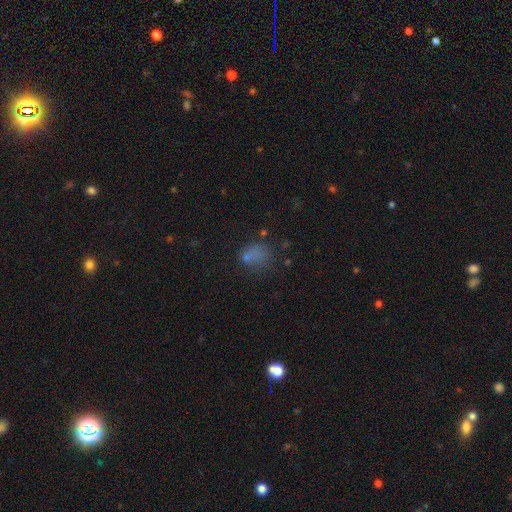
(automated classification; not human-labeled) smooth-or-featured: smooth: 62% | star or artifact: 26% | featured or disk: 12%
  how-rounded: in between: 53% | round: 45% | cigar-shaped: 2%
  merging: none: 53% | minor disturbance: 21% | major disturbance: 18% | merger: 9%